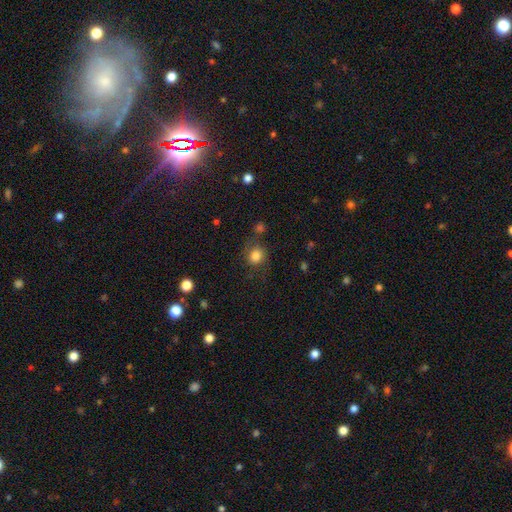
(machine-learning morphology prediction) The model was most divided on "merging": none: 71%, minor disturbance: 16%, major disturbance: 8%, merger: 5%. More confident: smooth or featured — smooth (82%); how rounded — round (78%).